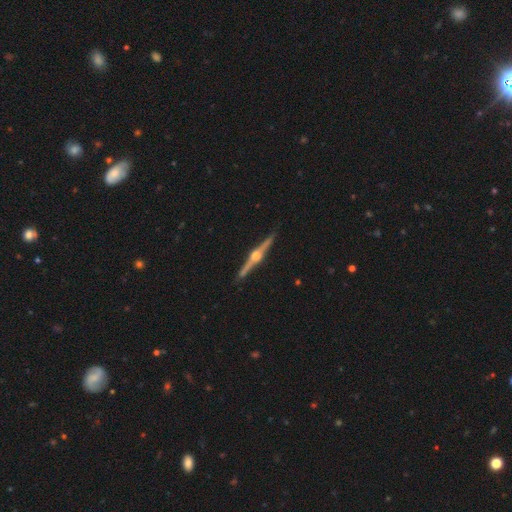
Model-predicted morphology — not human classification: Smooth or featured: featured or disk — 89% (smooth — 7%)
Edge-on disk: yes — 99% (no — 1%)
Edge-on bulge: rounded — 94% (boxy — 4%)
Merging: none — 92% (minor disturbance — 6%)